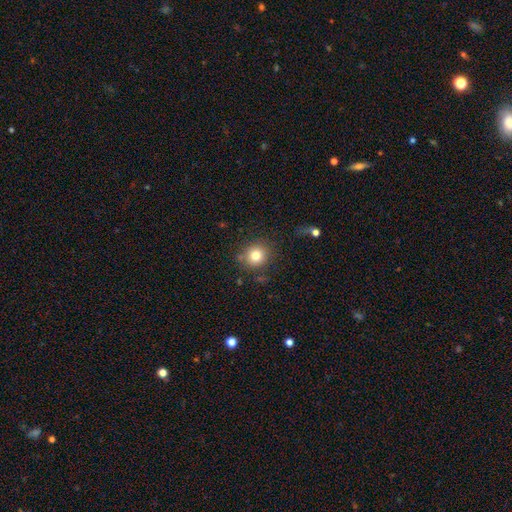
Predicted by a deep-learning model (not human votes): A smooth galaxy with no disk features (80%) that is round (88%).

Vote fractions:
- Smooth or featured? smooth: 80% / star or artifact: 12% / featured or disk: 9%
- How rounded? round: 88% / in between: 11% / cigar-shaped: 1%
- Merging? none: 81% / minor disturbance: 10% / merger: 4% / major disturbance: 4%